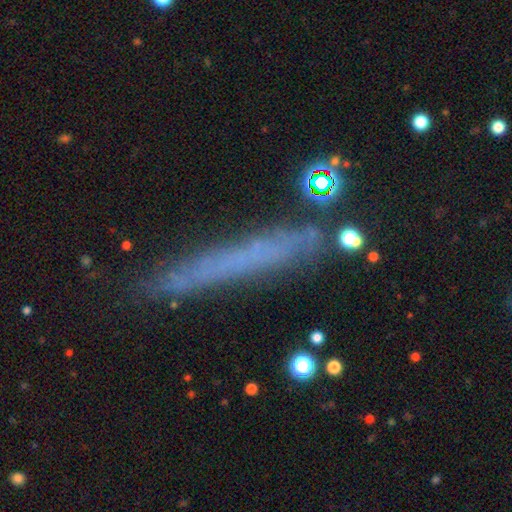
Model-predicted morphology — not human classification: Smooth or featured: smooth — 45% (featured or disk — 38%)
Merging: none — 79% (minor disturbance — 14%)